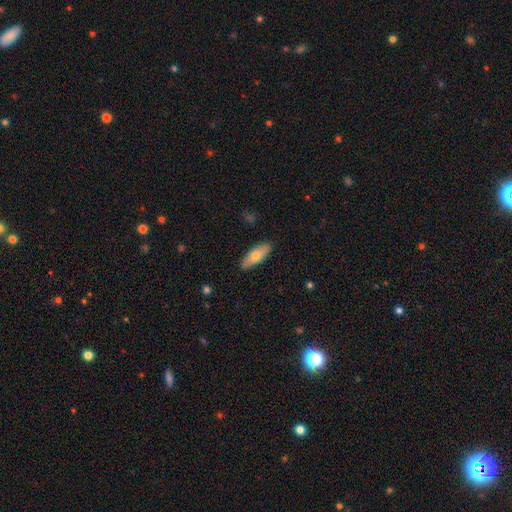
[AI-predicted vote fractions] The model was most divided on "smooth or featured": smooth: 69%, featured or disk: 25%, star or artifact: 6%. More confident: merging — none (87%); how rounded — in between (73%).